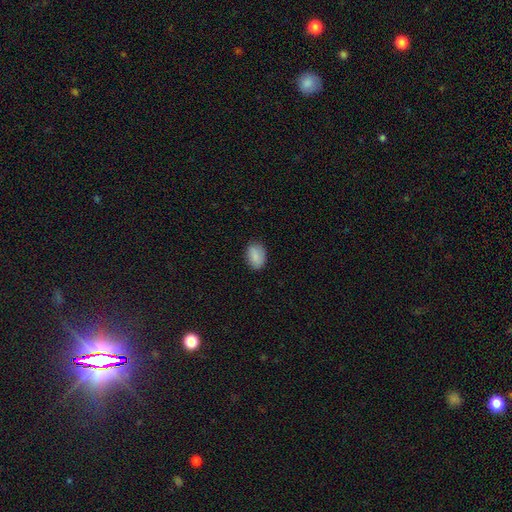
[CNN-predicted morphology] Smooth or featured? smooth (87%)
How rounded? in between (80%)
Merging? none (84%)